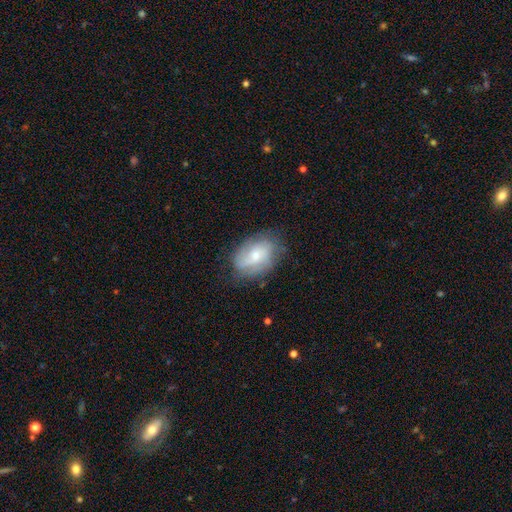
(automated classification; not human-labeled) Morphology: type=featured or disk (56%); edge-on=no (95%); bar=no (69%); spiral arms=yes (76%); bulge=small (62%); merging=none (69%).